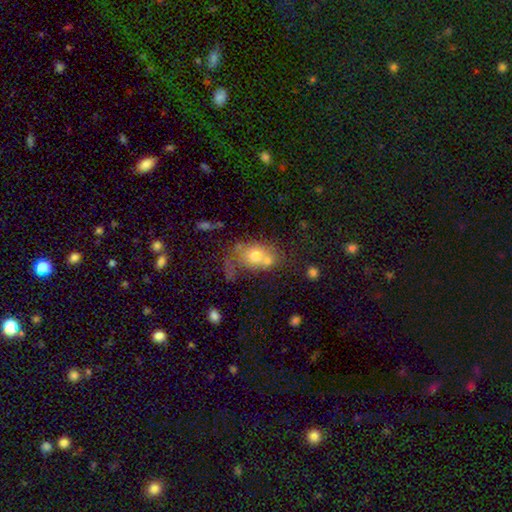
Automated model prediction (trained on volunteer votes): Smooth or featured? Predicted: smooth (p=0.65). How rounded? Predicted: in between (p=0.66). Merging? Predicted: merger (p=0.34).